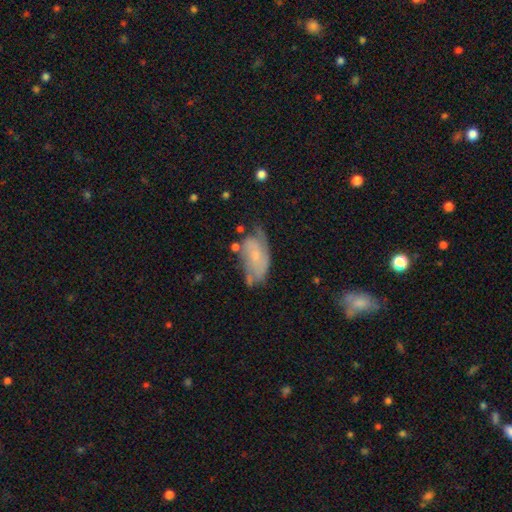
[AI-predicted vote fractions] Q: Smooth or featured?
A: featured or disk (61%); runner-up: smooth (32%)
Q: Edge-on disk?
A: no (94%); runner-up: yes (6%)
Q: Bar?
A: no (65%); runner-up: weak (29%)
Q: Spiral arms?
A: yes (81%); runner-up: no (19%)
Q: Bulge size?
A: small (68%); runner-up: moderate (21%)
Q: Merging?
A: none (45%); runner-up: minor disturbance (31%)